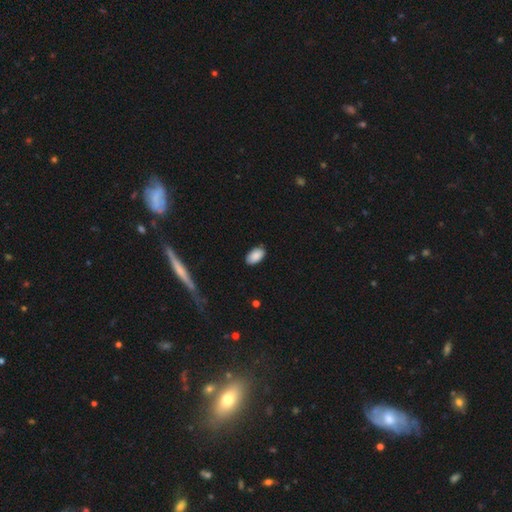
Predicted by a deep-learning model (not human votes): smooth-or-featured: smooth: 89% | star or artifact: 7% | featured or disk: 4%
  how-rounded: in between: 95% | round: 3% | cigar-shaped: 2%
  merging: none: 85% | minor disturbance: 11% | major disturbance: 2% | merger: 1%